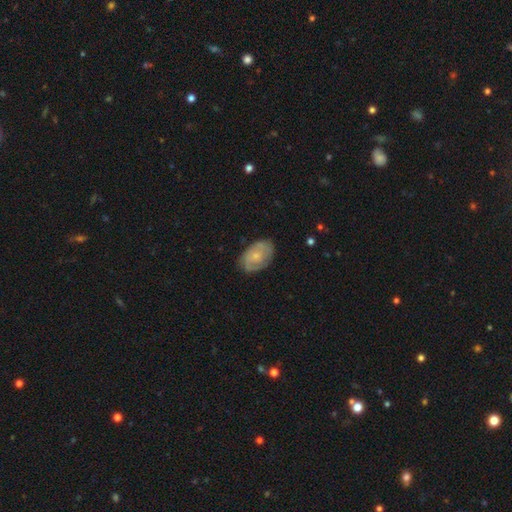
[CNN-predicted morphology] A featured or disk galaxy (54%) with no bar (80%), spiral arms (75%) and a small central bulge (65%). Merging: none (75%).